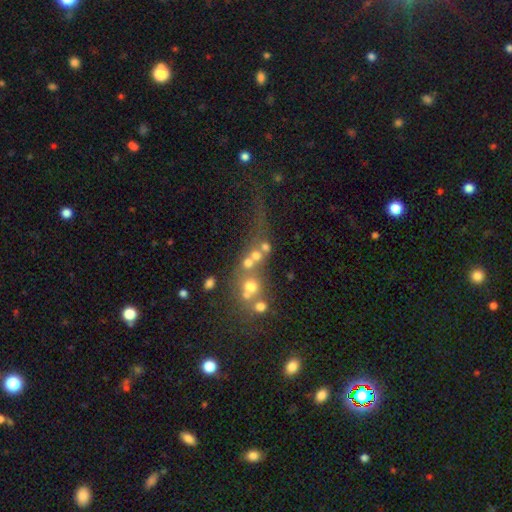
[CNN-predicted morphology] This is possibly a smooth galaxy (48%). Merging: marginally none (38%, tied with merger).